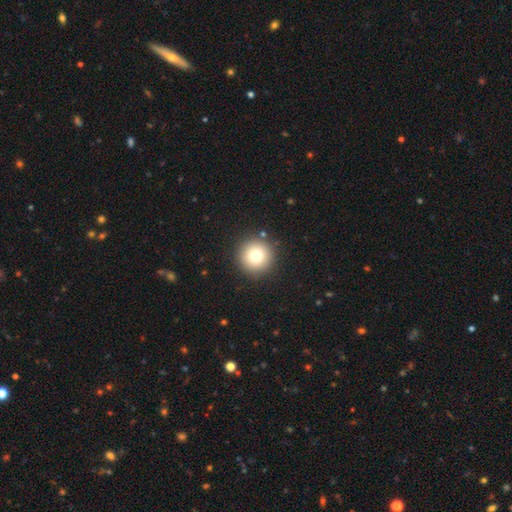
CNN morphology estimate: smooth_or_featured: smooth (p=0.77) [alt: star or artifact p=0.12]
how_rounded: round (p=0.96) [alt: in between p=0.03]
merging: none (p=0.91) [alt: minor disturbance p=0.05]